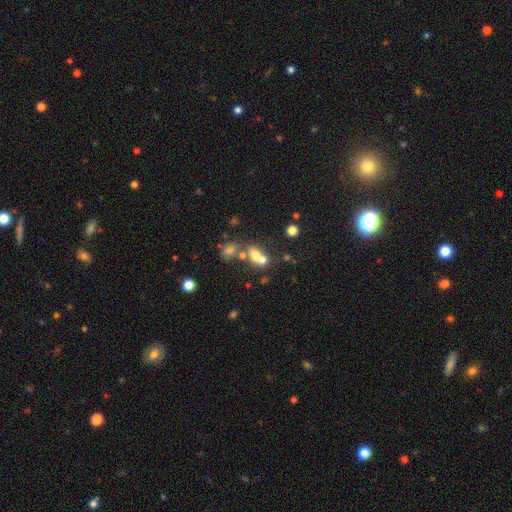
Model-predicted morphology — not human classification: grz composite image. It shows a smooth galaxy with no disk features (64%) that is in between round and cigar-shaped (54%). Merging: merger (55%).